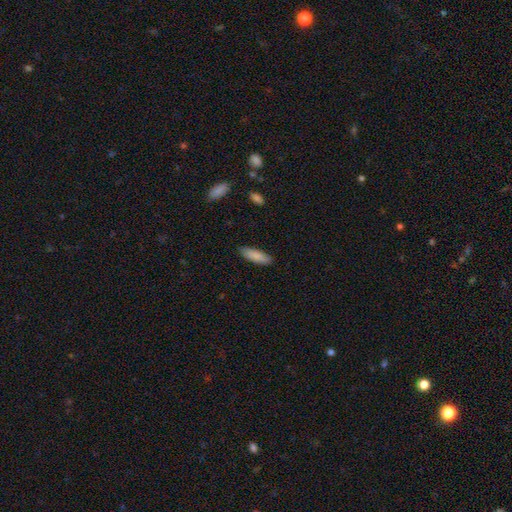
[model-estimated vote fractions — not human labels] Smooth or featured: smooth — 87% (featured or disk — 7%)
How rounded: in between — 50% (cigar-shaped — 48%)
Merging: none — 88% (minor disturbance — 9%)